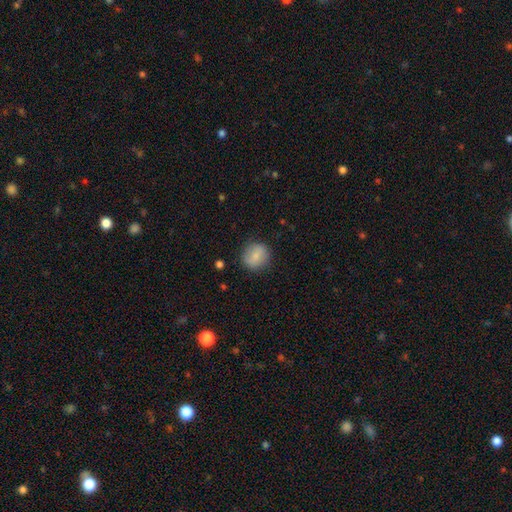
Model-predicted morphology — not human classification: This is likely a smooth galaxy (79%). How rounded: clearly round (84%). Merging: clearly none (85%).